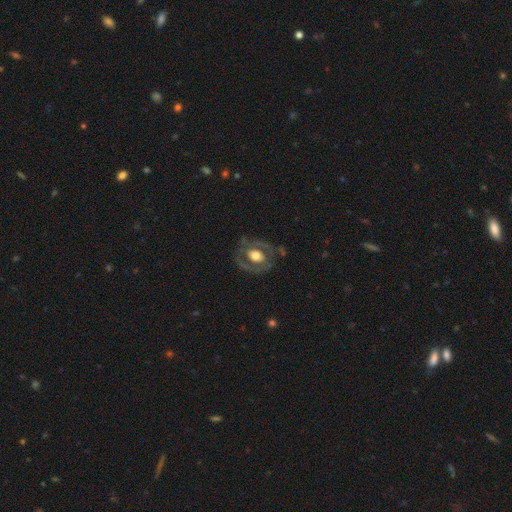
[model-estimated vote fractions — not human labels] The model was most divided on "bulge size": moderate: 48%, large: 42%, small: 5%, dominant: 3%, none: 1%. More confident: edge-on disk — no (95%); bar — no (74%); merging — none (70%); smooth or featured — featured or disk (63%); spiral arms — no (61%).